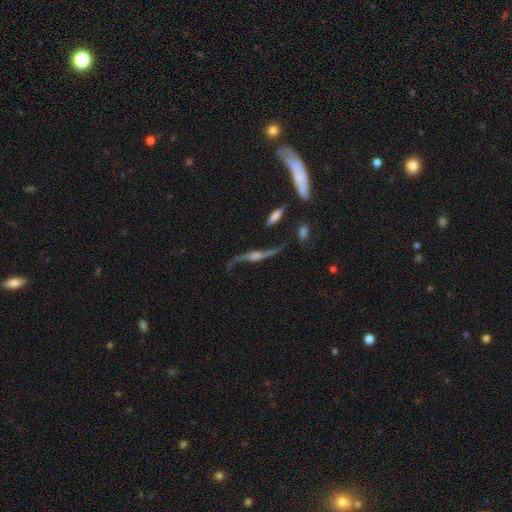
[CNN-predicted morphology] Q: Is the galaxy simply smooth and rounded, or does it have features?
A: featured or disk — 85%.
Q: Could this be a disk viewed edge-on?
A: no — 61%.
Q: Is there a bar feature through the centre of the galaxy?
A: no — 45%.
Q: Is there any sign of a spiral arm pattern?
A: yes — 94%.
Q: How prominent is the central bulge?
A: moderate — 31%.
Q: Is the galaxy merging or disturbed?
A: none — 66%.